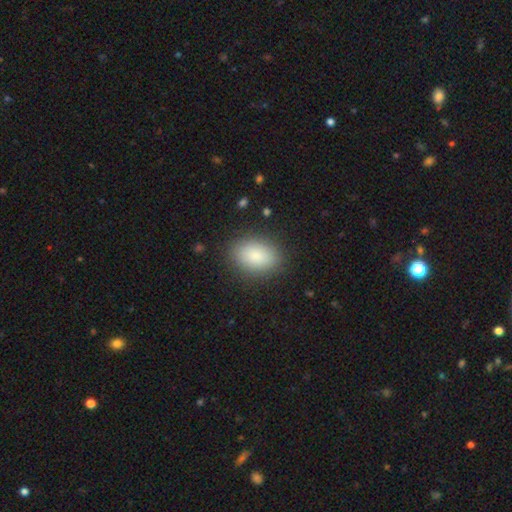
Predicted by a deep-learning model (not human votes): A smooth galaxy with no disk features (86%) that is in between round and cigar-shaped (81%). Merging: none (86%).